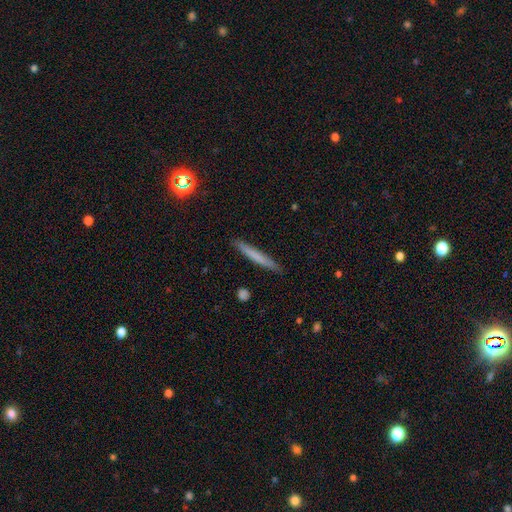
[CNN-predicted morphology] smooth 67%, featured or disk 27%, star or artifact 6%. Down the decision tree: how rounded — cigar-shaped (96%); merging — none (90%).